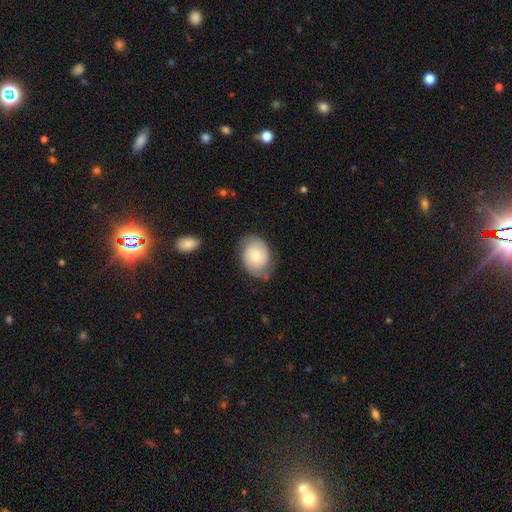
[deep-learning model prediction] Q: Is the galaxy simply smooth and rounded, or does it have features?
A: smooth — 55%.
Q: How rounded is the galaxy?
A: in between — 62%.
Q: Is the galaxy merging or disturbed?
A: none — 65%.